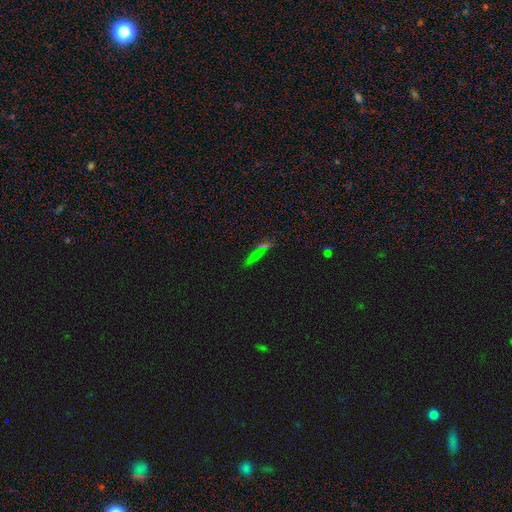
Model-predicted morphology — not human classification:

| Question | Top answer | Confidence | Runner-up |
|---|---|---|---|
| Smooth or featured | smooth | 45% | star or artifact (37%) |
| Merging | none | 73% | minor disturbance (12%) |